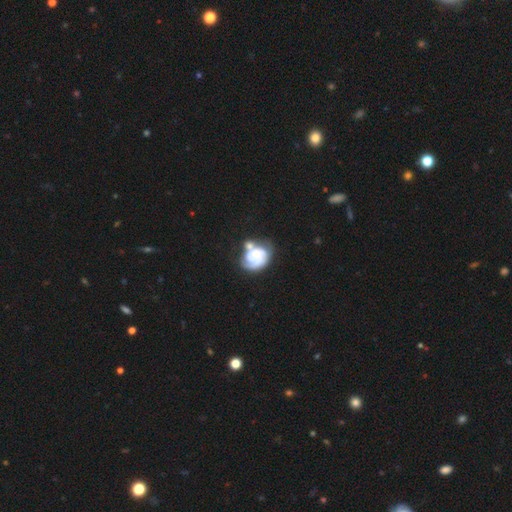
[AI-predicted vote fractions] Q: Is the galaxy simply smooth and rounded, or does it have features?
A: featured or disk — 70%.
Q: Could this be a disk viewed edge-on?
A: no — 98%.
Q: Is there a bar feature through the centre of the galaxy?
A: no — 74%.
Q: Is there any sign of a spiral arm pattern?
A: yes — 77%.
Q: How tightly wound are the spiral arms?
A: tight — 56%.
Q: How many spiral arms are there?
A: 2 — 36%.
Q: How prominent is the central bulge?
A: moderate — 44%.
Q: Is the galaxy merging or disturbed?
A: merger — 32%, tied with none.